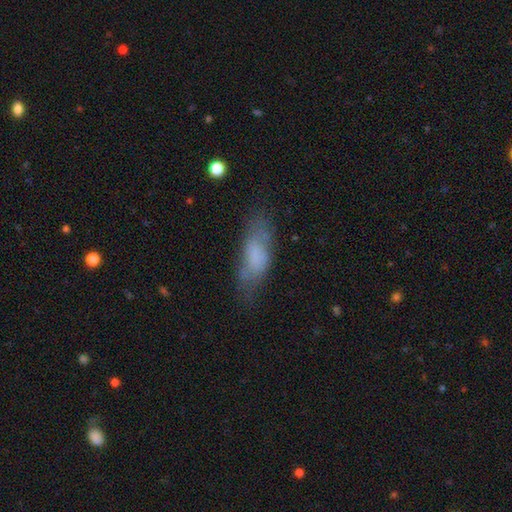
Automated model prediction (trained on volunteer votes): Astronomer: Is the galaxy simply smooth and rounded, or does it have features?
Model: smooth — 63%.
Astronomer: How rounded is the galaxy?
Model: in between — 65%.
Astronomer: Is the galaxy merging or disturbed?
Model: none — 59%.